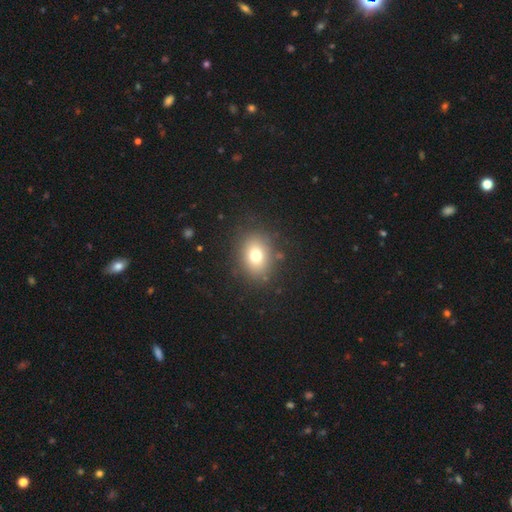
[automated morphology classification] Smooth or featured? Predicted: smooth (p=0.74). How rounded? Predicted: in between (p=0.56). Merging? Predicted: none (p=0.85).